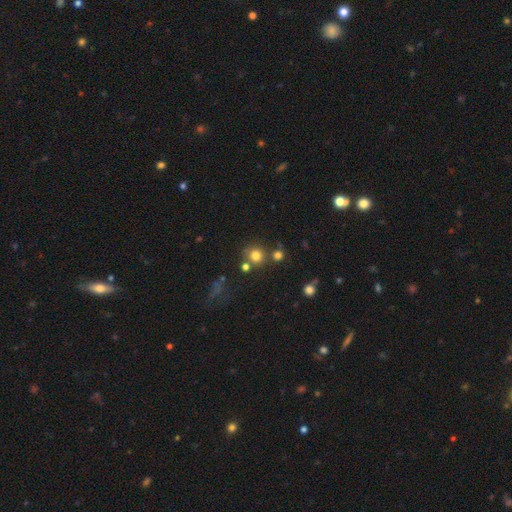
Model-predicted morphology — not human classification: A smooth galaxy with no disk features (77%) that is round (89%). Merging: none (69%).